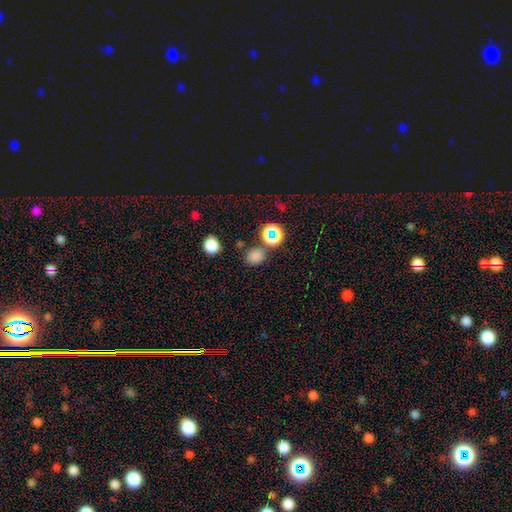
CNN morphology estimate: This appears to be a smooth galaxy with no disk features (72%) that is round (75%). Merging: none (77%).